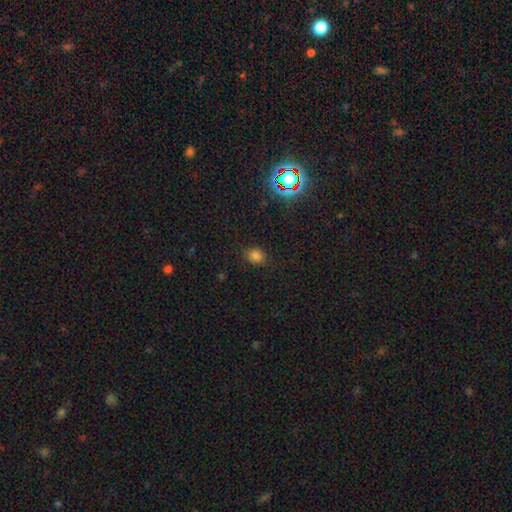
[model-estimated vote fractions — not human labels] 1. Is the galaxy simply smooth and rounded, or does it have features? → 78% smooth, 17% star or artifact, 5% featured or disk.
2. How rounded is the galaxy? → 54% in between, 45% round, 1% cigar-shaped.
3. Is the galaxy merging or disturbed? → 82% none, 13% minor disturbance, 3% major disturbance, 1% merger.